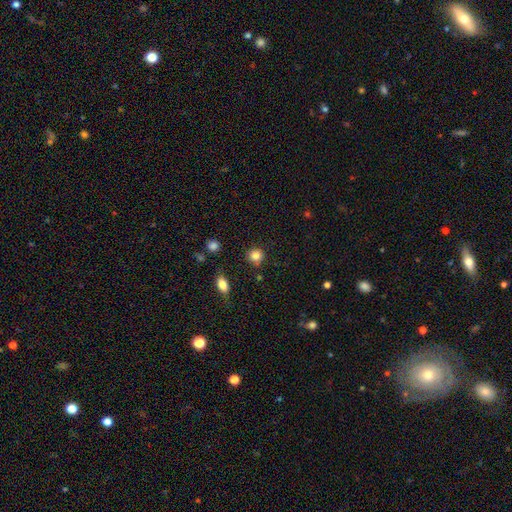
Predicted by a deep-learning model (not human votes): A smooth galaxy with no disk features (84%) that is round (89%).

Vote fractions:
- Smooth or featured? smooth: 84% / star or artifact: 11% / featured or disk: 5%
- How rounded? round: 89% / in between: 10% / cigar-shaped: 1%
- Merging? none: 85% / minor disturbance: 10% / merger: 3% / major disturbance: 3%